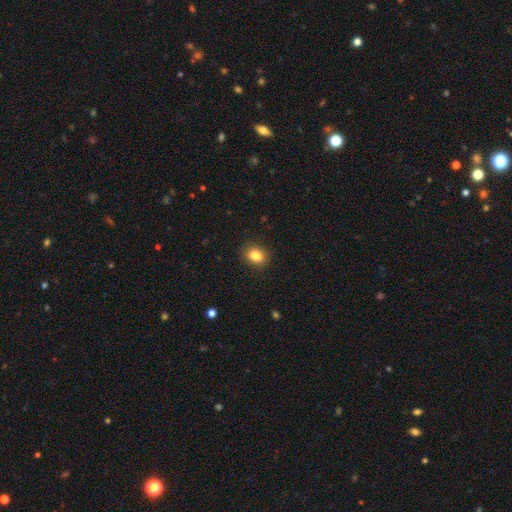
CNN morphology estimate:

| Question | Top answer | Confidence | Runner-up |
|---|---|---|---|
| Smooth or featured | smooth | 84% | star or artifact (10%) |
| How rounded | in between | 62% | round (37%) |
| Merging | none | 89% | minor disturbance (8%) |